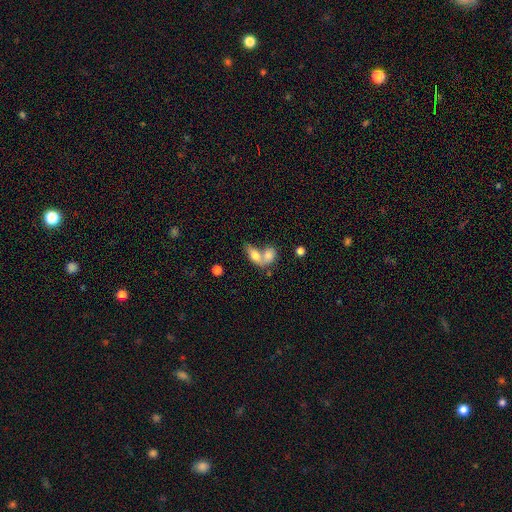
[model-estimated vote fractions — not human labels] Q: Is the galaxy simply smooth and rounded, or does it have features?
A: smooth — 73%.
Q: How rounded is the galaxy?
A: in between — 80%.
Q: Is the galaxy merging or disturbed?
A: merger — 69%.